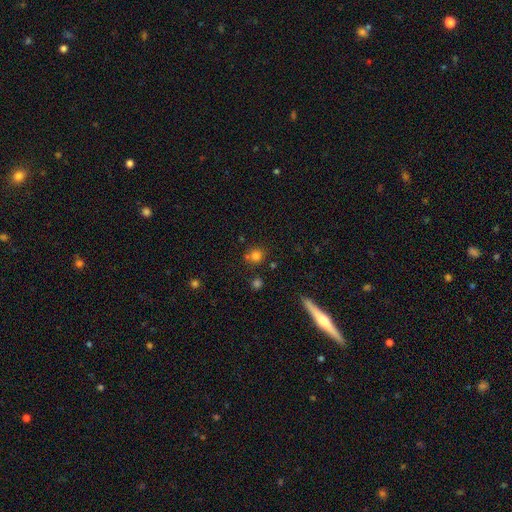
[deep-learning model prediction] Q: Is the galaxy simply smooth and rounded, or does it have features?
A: smooth — 76%.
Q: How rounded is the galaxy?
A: round — 87%.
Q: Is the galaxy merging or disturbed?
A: none — 71%.